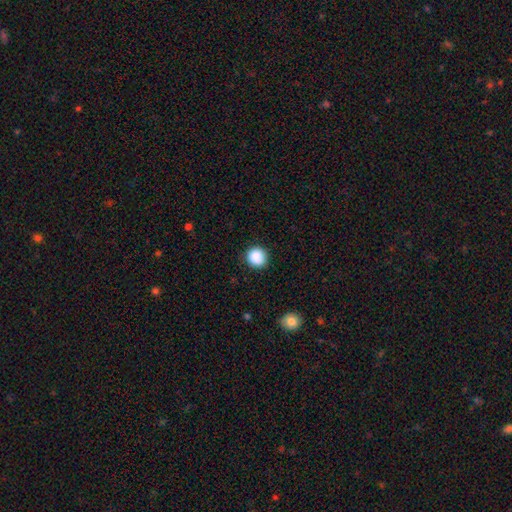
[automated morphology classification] This is clearly a smooth galaxy (88%). How rounded: clearly round (91%). Merging: clearly none (87%).